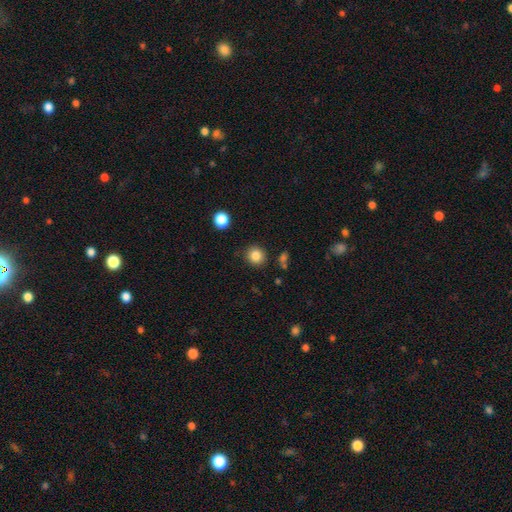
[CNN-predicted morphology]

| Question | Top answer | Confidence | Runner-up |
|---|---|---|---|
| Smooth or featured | smooth | 84% | star or artifact (11%) |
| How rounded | round | 88% | in between (11%) |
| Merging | none | 87% | minor disturbance (8%) |